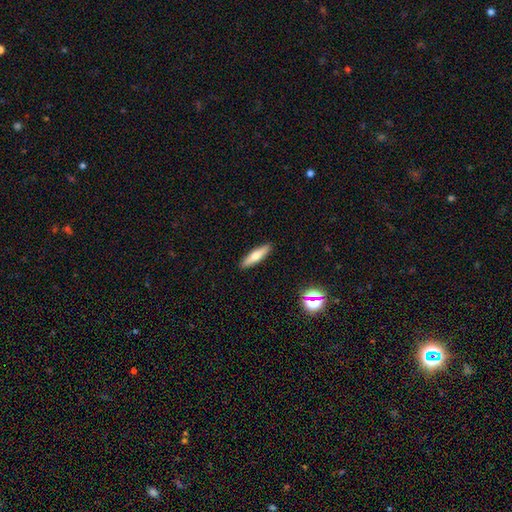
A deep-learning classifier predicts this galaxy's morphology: A smooth galaxy with no disk features (60%) that is cigar-shaped (75%). Merging: none (91%).